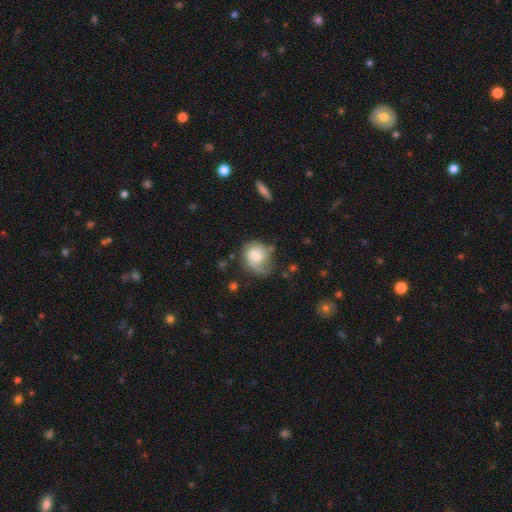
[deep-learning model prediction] This is possibly a featured or disk galaxy (47%). Merging: possibly none (47%).